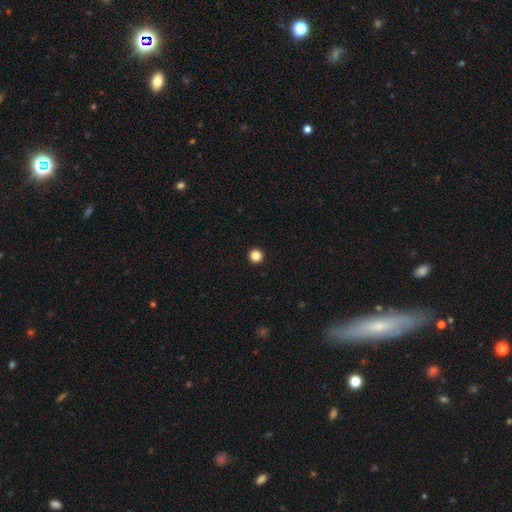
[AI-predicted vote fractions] Overall: smooth (85%). How rounded: round (97%). Merging: none (95%).